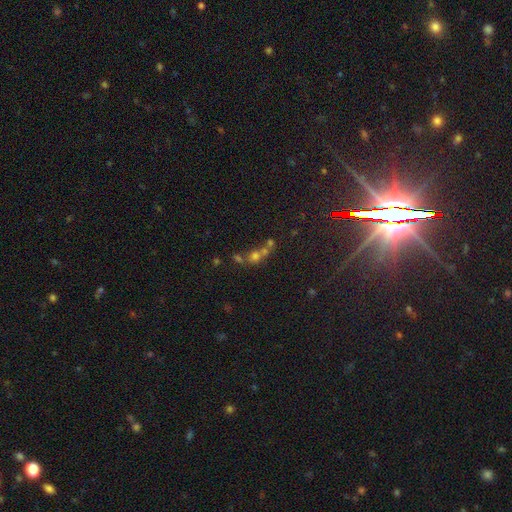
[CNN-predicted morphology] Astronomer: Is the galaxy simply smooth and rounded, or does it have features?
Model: smooth — 46% (runner-up: star or artifact, 33%).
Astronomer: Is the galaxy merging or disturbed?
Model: merger — 53% (runner-up: none, 34%).